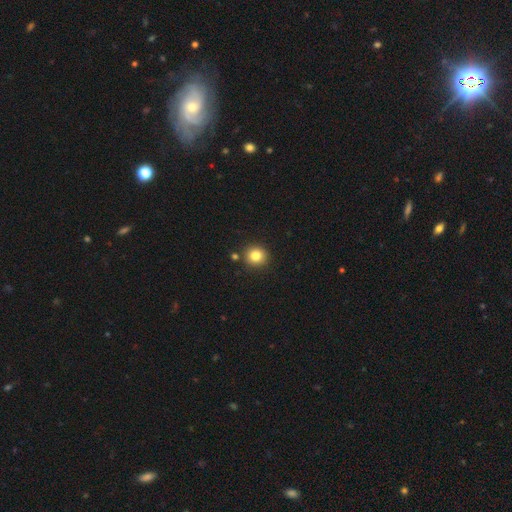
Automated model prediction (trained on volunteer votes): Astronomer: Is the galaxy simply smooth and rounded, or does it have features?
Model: smooth — 82%.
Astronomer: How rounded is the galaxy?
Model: round — 90%.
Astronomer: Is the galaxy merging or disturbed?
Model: none — 87%.